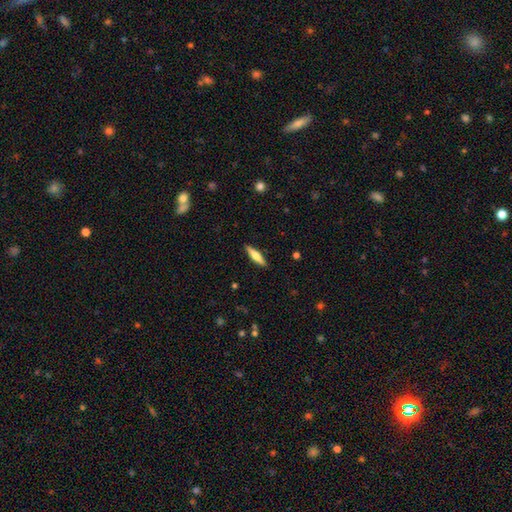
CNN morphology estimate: Overall: smooth (54%; featured or disk 40%). How rounded: cigar-shaped (75%). Merging: none (90%).